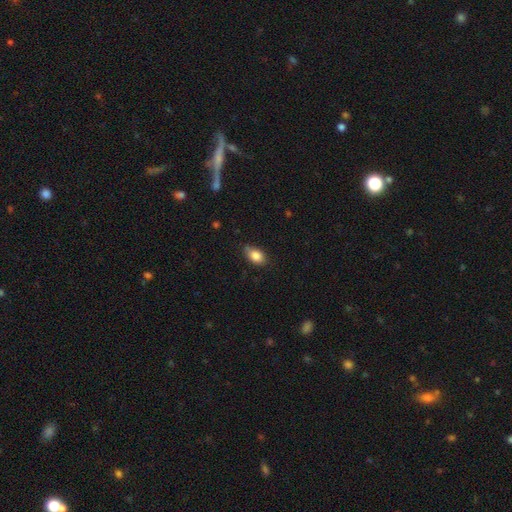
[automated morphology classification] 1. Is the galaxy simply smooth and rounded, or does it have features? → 84% smooth, 9% featured or disk, 8% star or artifact.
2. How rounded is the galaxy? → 87% in between, 10% round, 3% cigar-shaped.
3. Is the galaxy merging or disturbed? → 72% none, 22% minor disturbance, 4% major disturbance, 2% merger.